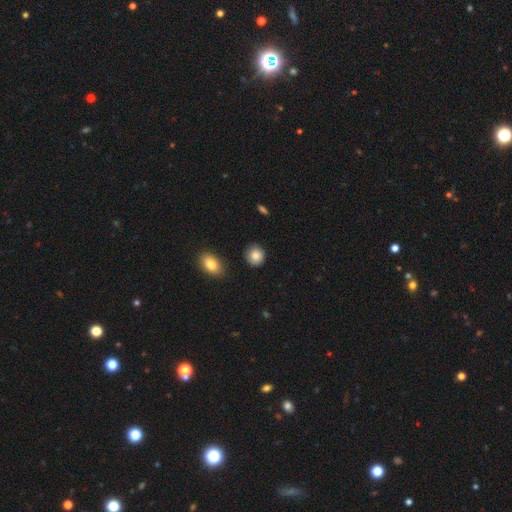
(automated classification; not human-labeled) smooth_or_featured: smooth (p=0.85) [alt: star or artifact p=0.08]
how_rounded: round (p=0.85) [alt: in between p=0.13]
merging: none (p=0.88) [alt: minor disturbance p=0.08]